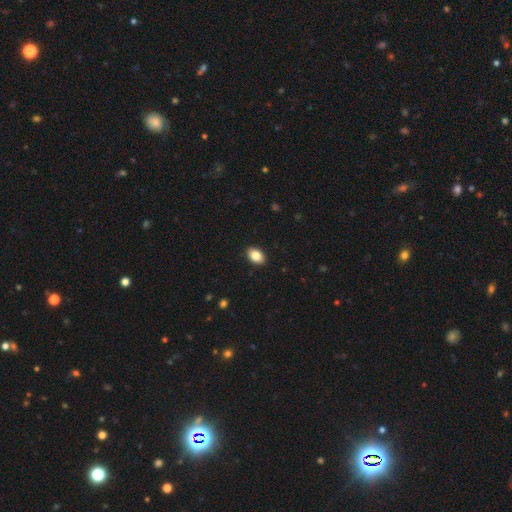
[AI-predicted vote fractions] This is clearly a smooth galaxy (85%). How rounded: clearly in between (88%). Merging: clearly none (90%).